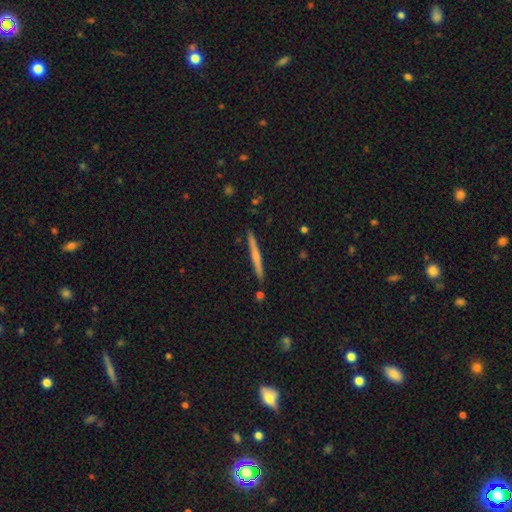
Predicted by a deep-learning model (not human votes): Morphology: type=featured or disk (48%); merging=none (90%).